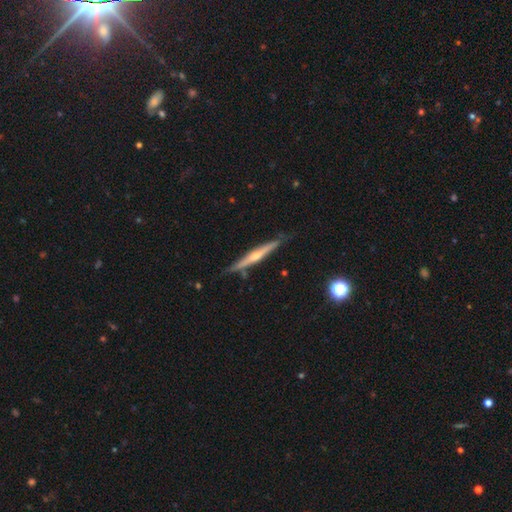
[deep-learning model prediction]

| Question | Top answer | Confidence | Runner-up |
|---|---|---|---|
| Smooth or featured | featured or disk | 72% | smooth (22%) |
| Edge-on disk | yes | 97% | no (3%) |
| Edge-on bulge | rounded | 80% | none (15%) |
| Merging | none | 83% | minor disturbance (13%) |